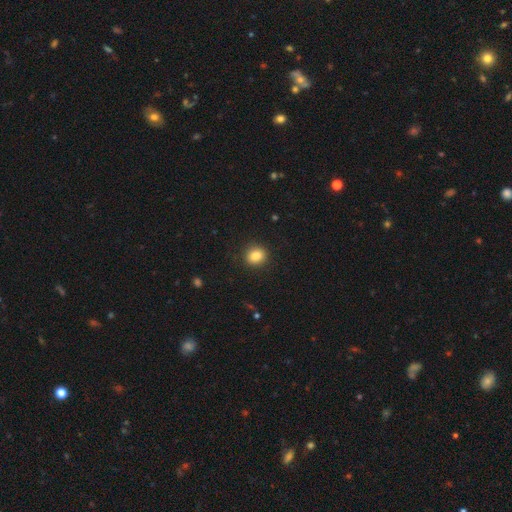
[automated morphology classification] The model was most divided on "how rounded": round: 73%, in between: 26%, cigar-shaped: 1%. More confident: merging — none (89%); smooth or featured — smooth (85%).